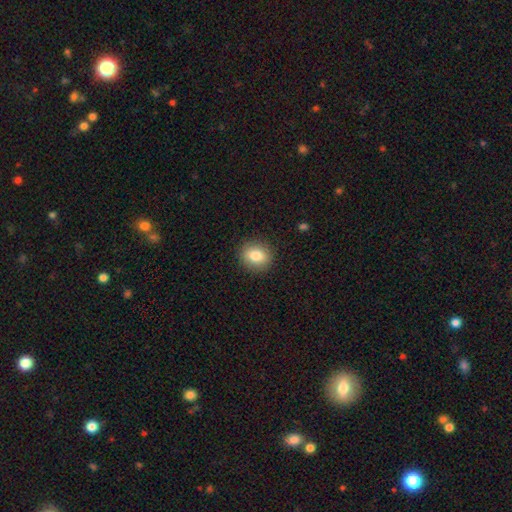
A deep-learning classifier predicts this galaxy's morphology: Smooth or featured: smooth — 82% (star or artifact — 9%)
How rounded: round — 71% (in between — 27%)
Merging: none — 90% (minor disturbance — 7%)